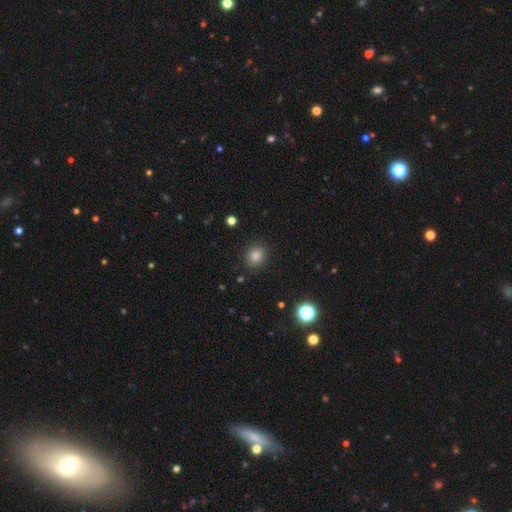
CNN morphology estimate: A smooth galaxy with no disk features (84%) that is round (77%). Merging: none (89%).